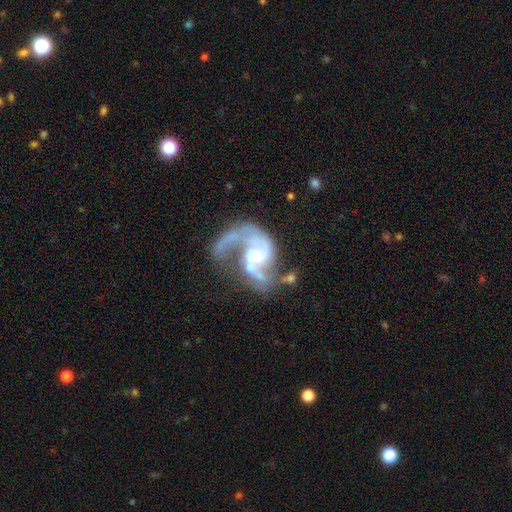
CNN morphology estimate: Smooth or featured?
  - featured or disk: 89% *
  - star or artifact: 6%
  - smooth: 5%
Edge-on disk?
  - no: 98% *
  - yes: 2%
Bar?
  - no: 54% *
  - weak: 36%
  - strong: 10%
Spiral arms?
  - yes: 96% *
  - no: 4%
Spiral winding?
  - medium: 47% *
  - loose: 41%
  - tight: 12%
Spiral arm count?
  - 2: 76% *
  - 1: 11%
  - 3: 5%
  - can't tell: 5%
  - 4: 2%
  - more than 4: 2%
Bulge size?
  - small: 54% *
  - moderate: 36%
  - none: 5%
  - large: 3%
  - dominant: 1%
Merging?
  - none: 36% *
  - major disturbance: 32%
  - minor disturbance: 17%
  - merger: 15%